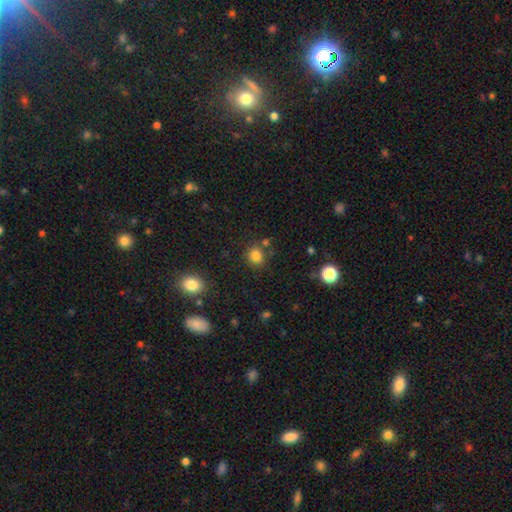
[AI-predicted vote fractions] Morphology: type=smooth (82%); roundness=round (80%); merging=none (78%).